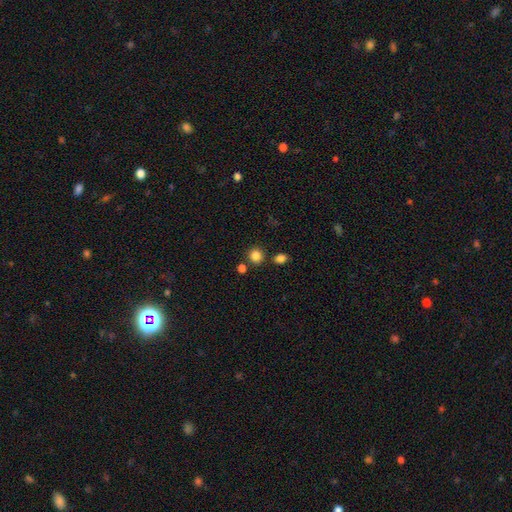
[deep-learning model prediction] smooth-or-featured: smooth: 84% | star or artifact: 12% | featured or disk: 4%
  how-rounded: round: 89% | in between: 10% | cigar-shaped: 1%
  merging: none: 81% | merger: 9% | minor disturbance: 7% | major disturbance: 3%